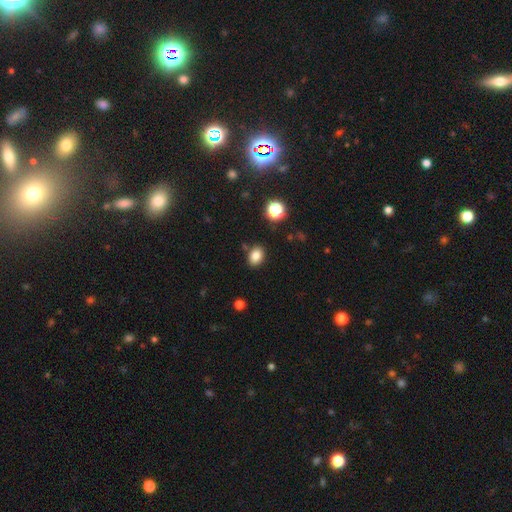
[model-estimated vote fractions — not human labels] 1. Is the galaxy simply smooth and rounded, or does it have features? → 84% smooth, 11% star or artifact, 5% featured or disk.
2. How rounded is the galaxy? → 73% in between, 26% round, 1% cigar-shaped.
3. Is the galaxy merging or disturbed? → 84% none, 10% minor disturbance, 3% merger, 3% major disturbance.